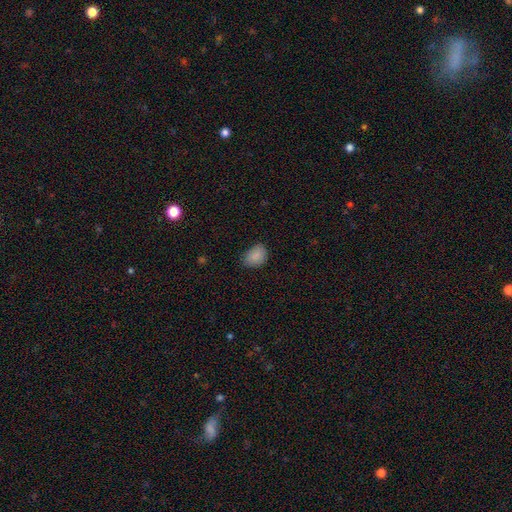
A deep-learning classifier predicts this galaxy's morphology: smooth-or-featured: smooth: 87% | star or artifact: 9% | featured or disk: 4%
  how-rounded: in between: 73% | round: 26% | cigar-shaped: 1%
  merging: none: 70% | minor disturbance: 25% | major disturbance: 4% | merger: 1%